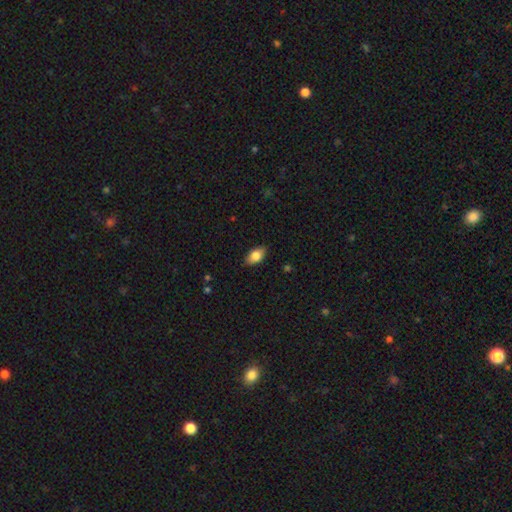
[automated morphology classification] Overall: smooth (80%). How rounded: in between (91%). Merging: none (85%).